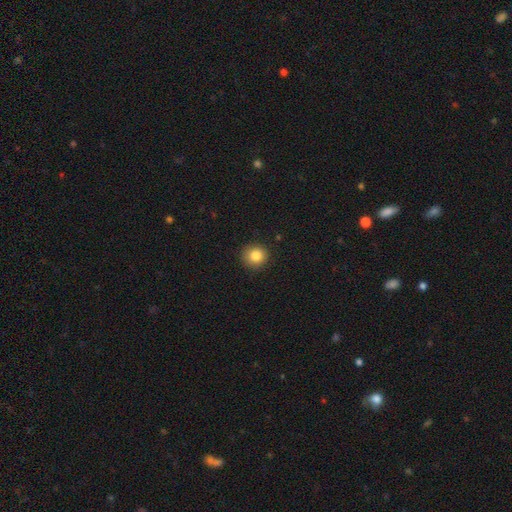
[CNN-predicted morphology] type=smooth (84%); roundness=round (90%); merging=none (90%).